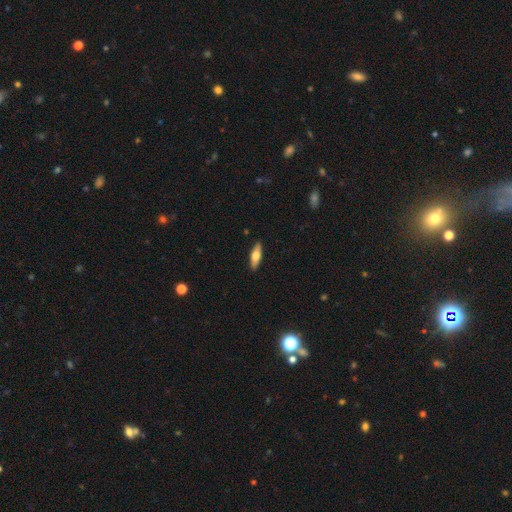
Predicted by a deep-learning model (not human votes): A smooth galaxy with no disk features (54%) that is cigar-shaped (50%). Merging: none (90%).